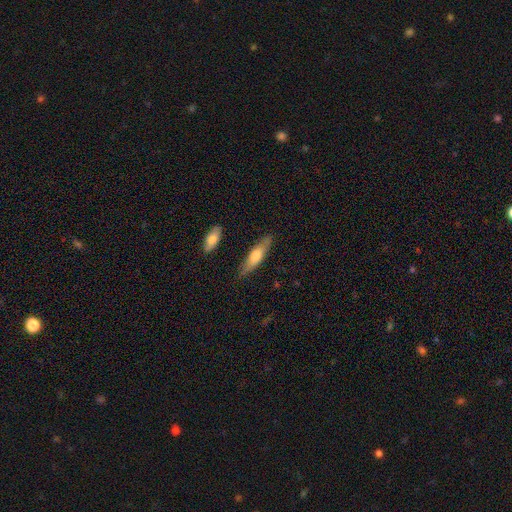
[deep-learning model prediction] Smooth or featured? smooth (59%)
How rounded? cigar-shaped (66%)
Merging? none (82%)